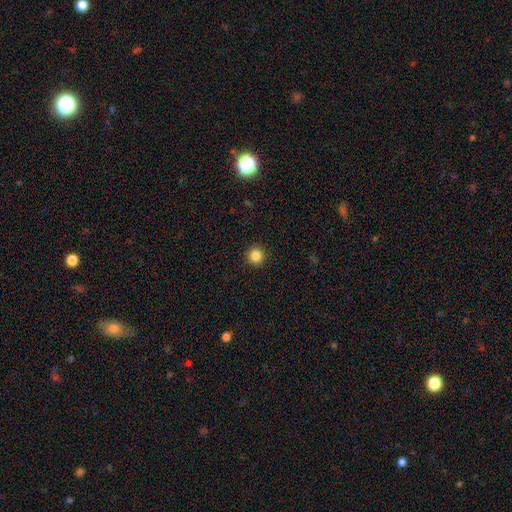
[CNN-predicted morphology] Overall: smooth (85%). How rounded: round (96%). Merging: none (93%).